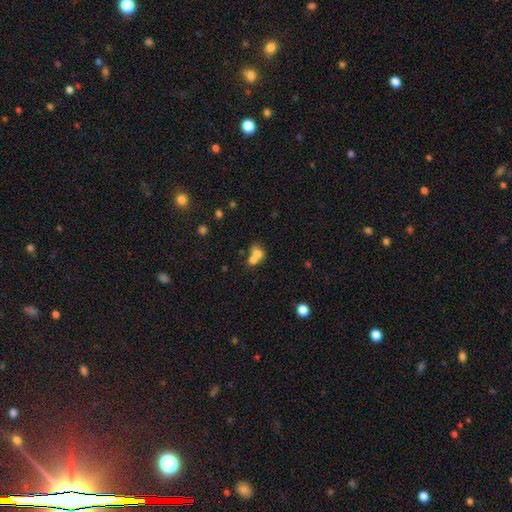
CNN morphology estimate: Overall: smooth (70%). How rounded: round (62%; in between 37%). Merging: merger (66%).